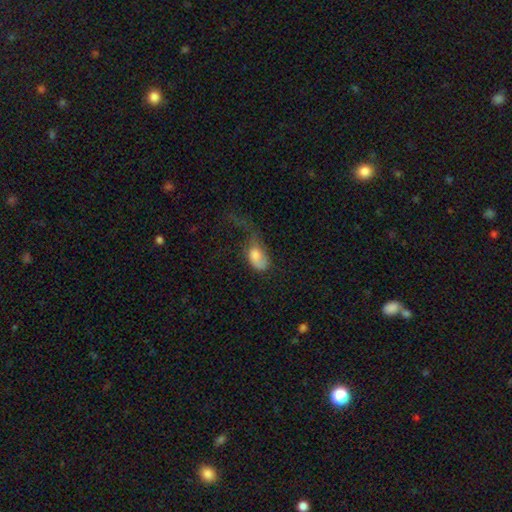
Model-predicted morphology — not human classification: This is likely a smooth galaxy (66%). How rounded: clearly in between (87%). Merging: likely major disturbance (63%).